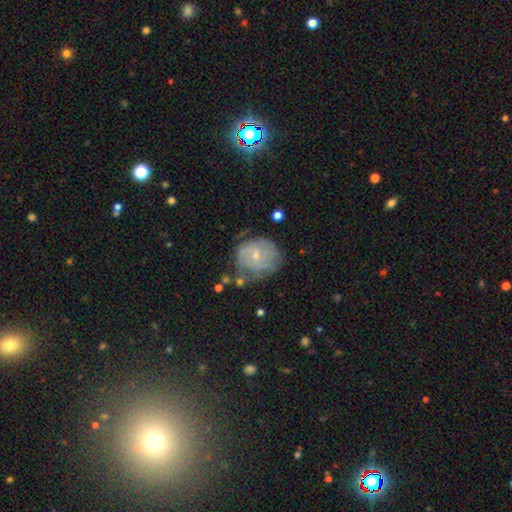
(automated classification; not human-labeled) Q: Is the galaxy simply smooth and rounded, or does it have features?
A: featured or disk — 56%.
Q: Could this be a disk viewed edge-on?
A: no — 97%.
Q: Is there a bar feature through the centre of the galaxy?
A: no — 70%.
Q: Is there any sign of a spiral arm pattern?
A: yes — 71%.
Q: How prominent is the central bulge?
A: small — 65%.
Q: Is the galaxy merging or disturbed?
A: none — 54%.